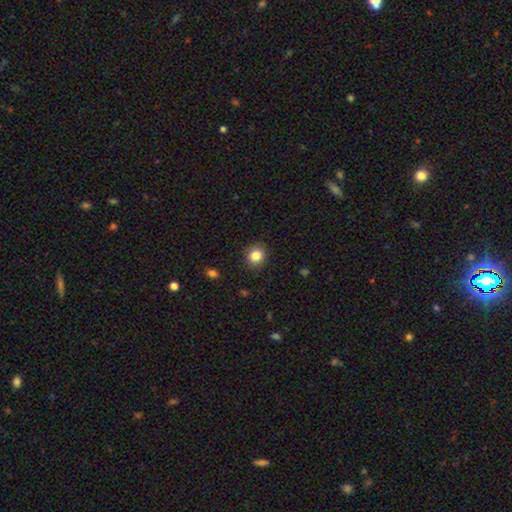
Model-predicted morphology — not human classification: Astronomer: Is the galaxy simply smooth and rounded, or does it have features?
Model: smooth — 84%.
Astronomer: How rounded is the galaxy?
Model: round — 79%.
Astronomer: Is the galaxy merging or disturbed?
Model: none — 89%.